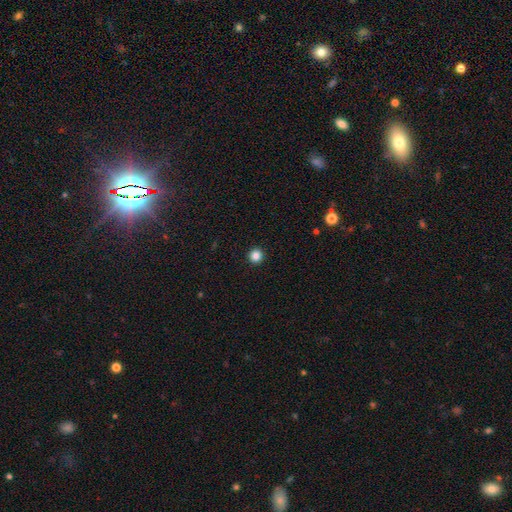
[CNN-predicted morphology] smooth-or-featured: smooth: 85% | star or artifact: 11% | featured or disk: 4%
  how-rounded: round: 96% | in between: 3% | cigar-shaped: 1%
  merging: none: 94% | minor disturbance: 4% | major disturbance: 1% | merger: 1%